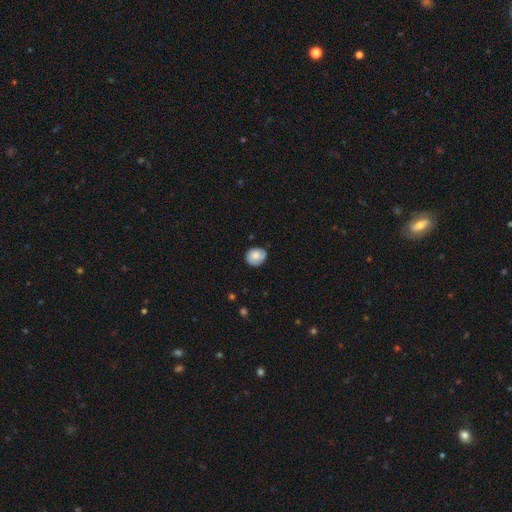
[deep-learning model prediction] This is likely a smooth galaxy (71%). How rounded: likely round (72%). Merging: likely none (72%).